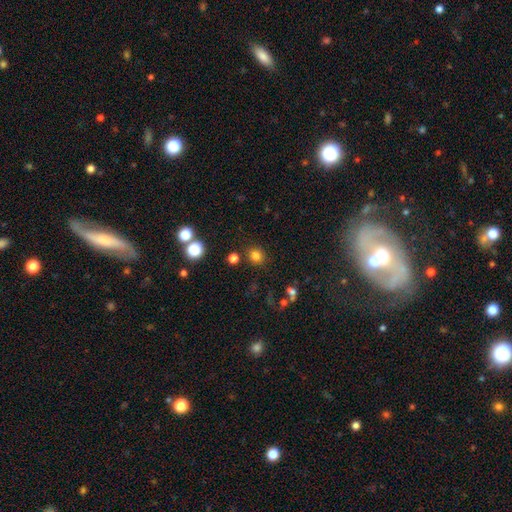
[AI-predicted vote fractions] Smooth or featured? smooth (80%)
How rounded? round (85%)
Merging? none (85%)